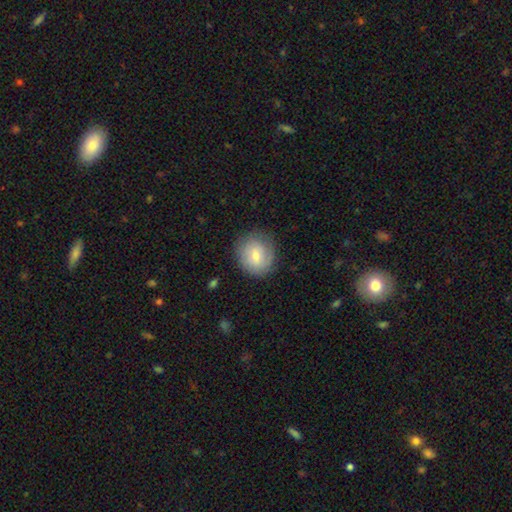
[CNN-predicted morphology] A smooth galaxy with no disk features (67%) that is round (80%).

Vote fractions:
- Smooth or featured? smooth: 67% / featured or disk: 25% / star or artifact: 7%
- How rounded? round: 80% / in between: 19% / cigar-shaped: 1%
- Merging? none: 80% / minor disturbance: 14% / major disturbance: 4% / merger: 1%